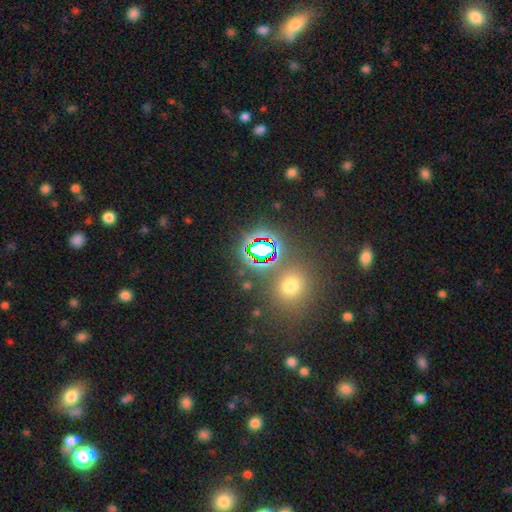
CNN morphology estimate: smooth-or-featured: star or artifact: 71% | smooth: 21% | featured or disk: 8%